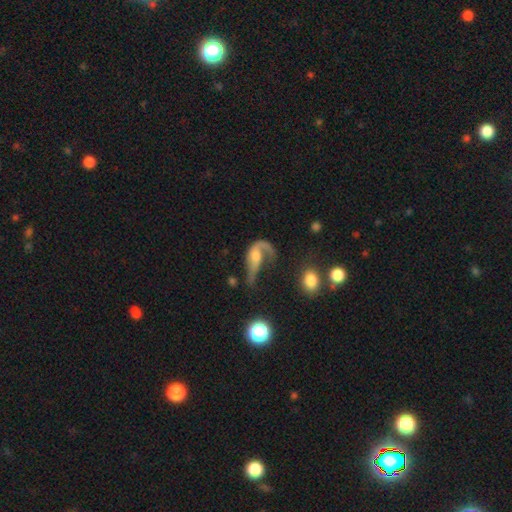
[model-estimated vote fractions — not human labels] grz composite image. It shows a featured or disk galaxy (70%) with no bar (64%), 1 (58%) loose (76%) spiral arms (84%) and a moderate central bulge (39%). Merging: major disturbance (52%).